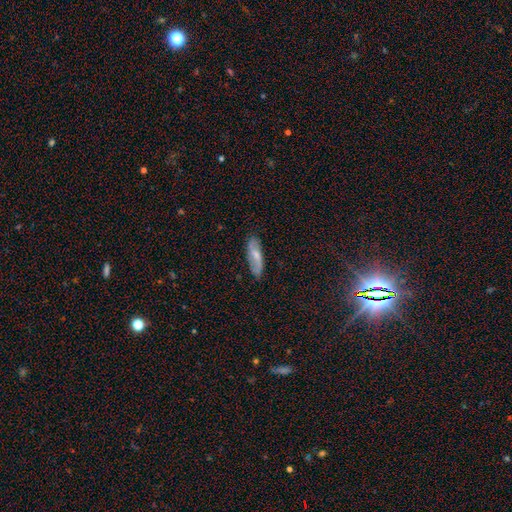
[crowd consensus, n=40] smooth 48%, featured or disk 45%, star or artifact 8%. Down the decision tree: how rounded — in between (53%); merging — none (89%).